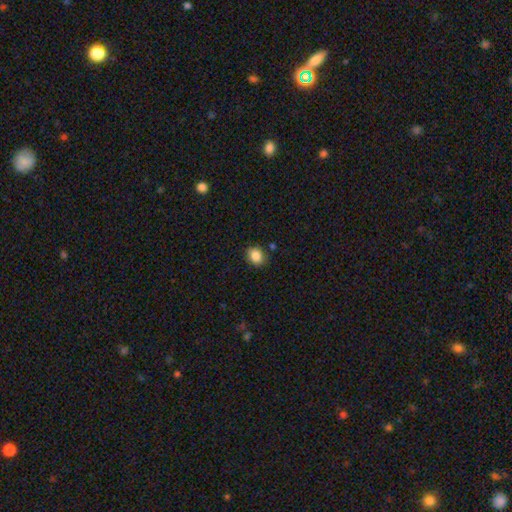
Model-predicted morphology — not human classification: Smooth or featured: smooth — 87% (star or artifact — 9%)
How rounded: round — 60% (in between — 39%)
Merging: none — 84% (minor disturbance — 11%)